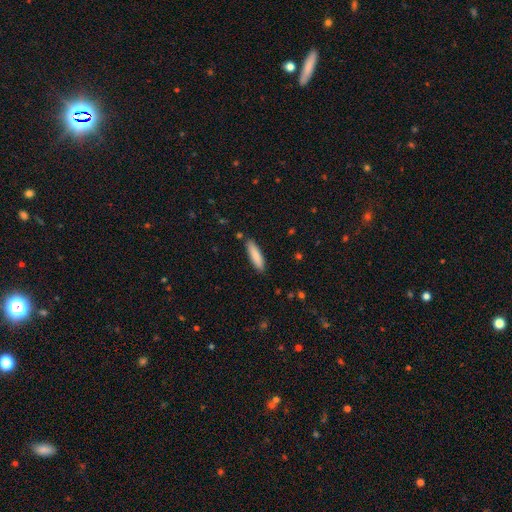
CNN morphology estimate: A smooth galaxy with no disk features (86%) that is cigar-shaped (73%).

Vote fractions:
- Smooth or featured? smooth: 86% / featured or disk: 8% / star or artifact: 6%
- How rounded? cigar-shaped: 73% / in between: 26% / round: 1%
- Merging? none: 88% / minor disturbance: 9% / merger: 2% / major disturbance: 2%